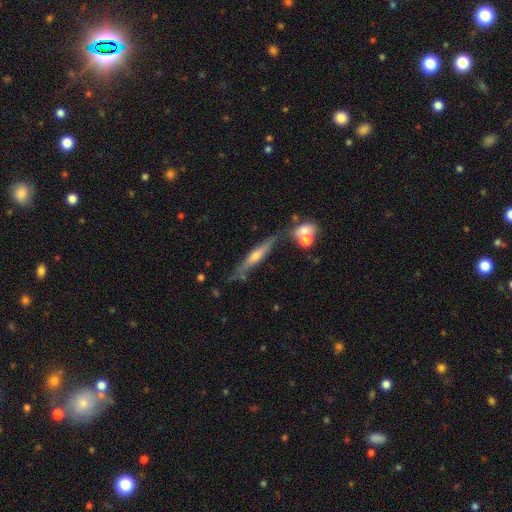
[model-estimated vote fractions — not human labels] featured or disk 66%, smooth 26%, star or artifact 8%. Down the decision tree: edge-on disk — yes (91%); edge-on bulge — rounded (78%); merging — none (69%).